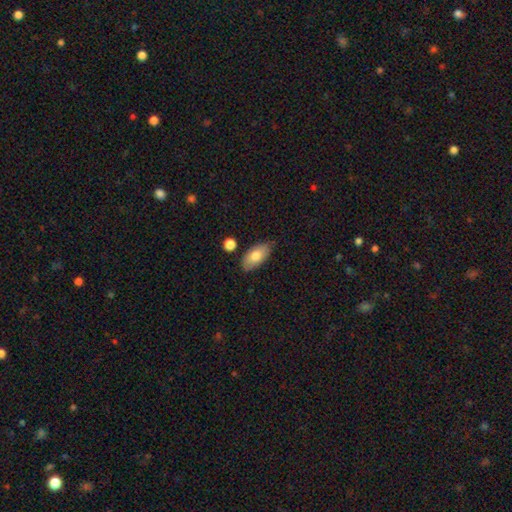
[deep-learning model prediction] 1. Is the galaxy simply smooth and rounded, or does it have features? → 78% smooth, 16% featured or disk, 7% star or artifact.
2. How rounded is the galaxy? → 93% in between, 4% round, 4% cigar-shaped.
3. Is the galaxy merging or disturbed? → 79% none, 15% minor disturbance, 3% merger, 3% major disturbance.